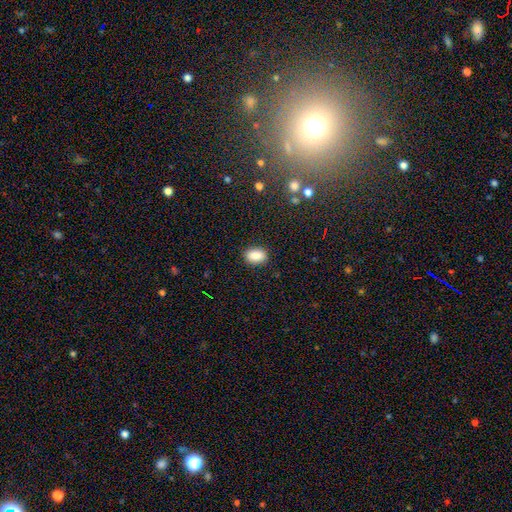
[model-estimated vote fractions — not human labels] This appears to be a smooth galaxy with no disk features (87%) that is in between round and cigar-shaped (83%). Merging: none (87%).